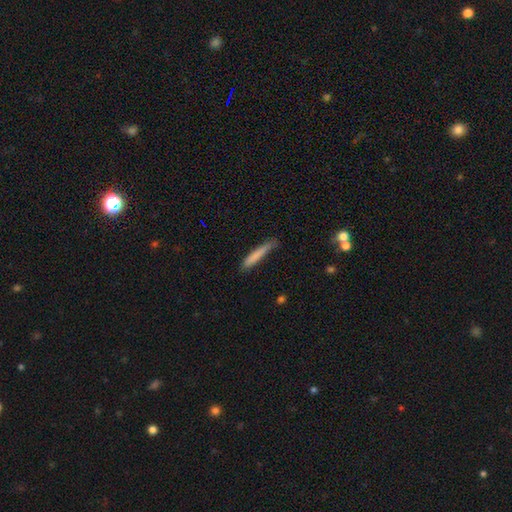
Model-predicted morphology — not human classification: Smooth or featured? smooth (78%)
How rounded? cigar-shaped (94%)
Merging? none (72%)